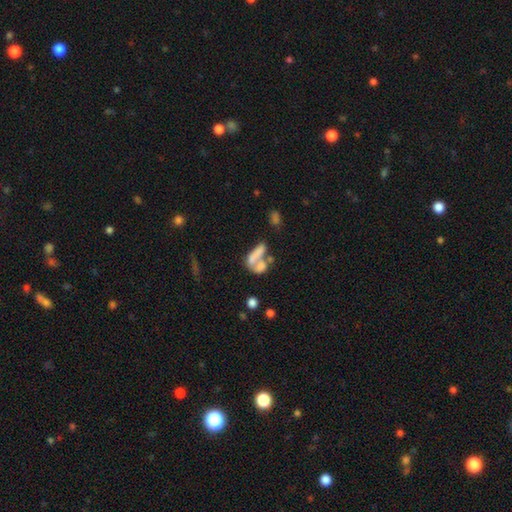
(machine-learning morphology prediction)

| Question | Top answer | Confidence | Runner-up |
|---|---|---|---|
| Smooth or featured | smooth | 57% | featured or disk (31%) |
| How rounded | in between | 69% | cigar-shaped (19%) |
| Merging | merger | 56% | none (21%) |